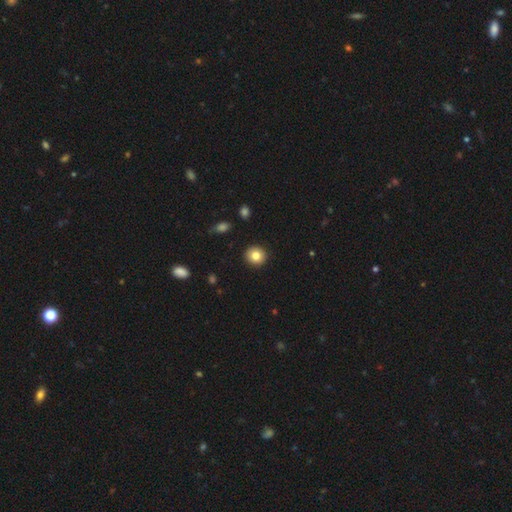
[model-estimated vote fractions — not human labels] Smooth or featured? Predicted: smooth (p=0.82). How rounded? Predicted: round (p=0.86). Merging? Predicted: none (p=0.92).